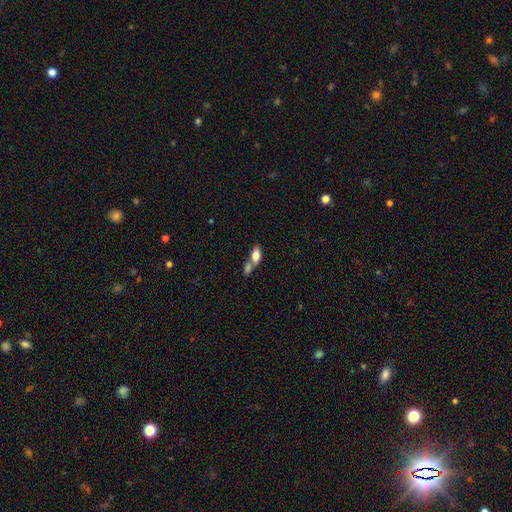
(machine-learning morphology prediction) Smooth or featured?
  - smooth: 75% *
  - featured or disk: 18%
  - star or artifact: 7%
How rounded?
  - in between: 84% *
  - cigar-shaped: 11%
  - round: 5%
Merging?
  - merger: 55% *
  - none: 31%
  - minor disturbance: 10%
  - major disturbance: 4%